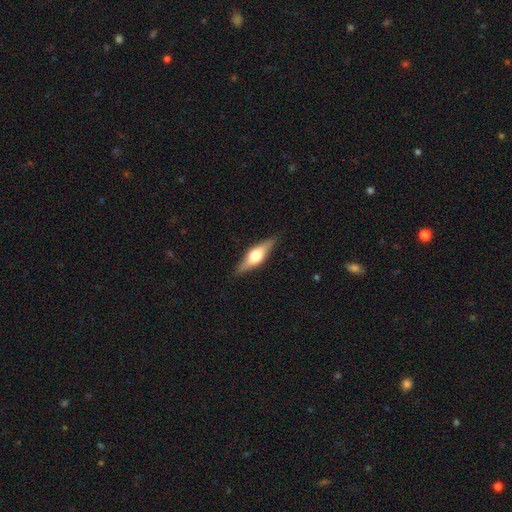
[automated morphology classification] A featured or disk galaxy (59%) viewed edge-on (94%) with a rounded central bulge (92%). Merging: none (87%).